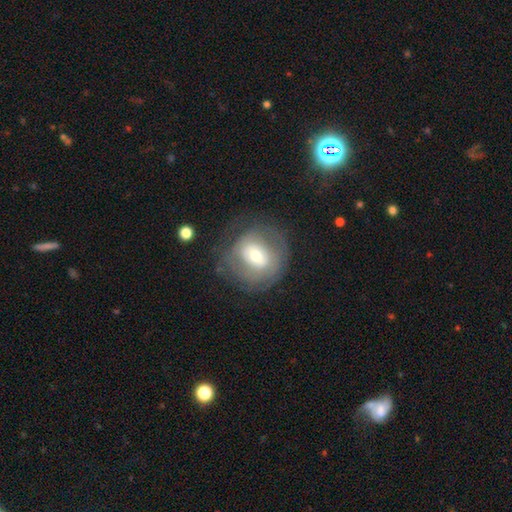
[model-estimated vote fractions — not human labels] Morphology: type=featured or disk (49%); merging=none (66%).